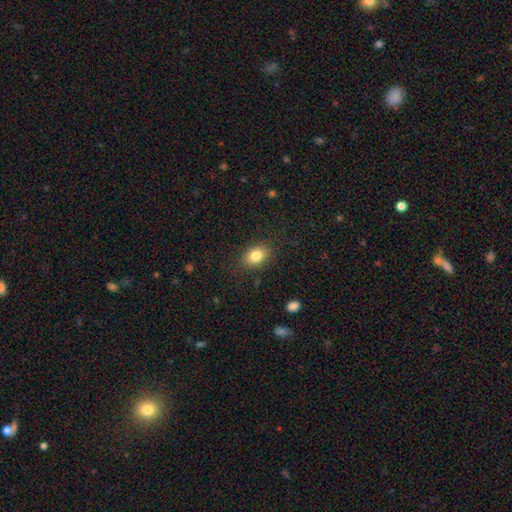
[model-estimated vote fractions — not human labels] smooth 84%, star or artifact 9%, featured or disk 7%. Down the decision tree: how rounded — in between (75%); merging — none (84%).